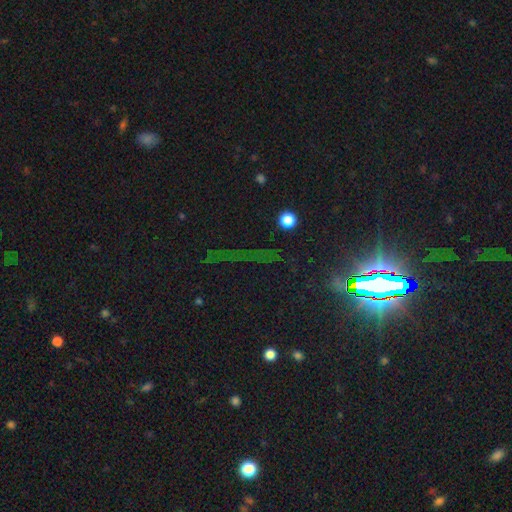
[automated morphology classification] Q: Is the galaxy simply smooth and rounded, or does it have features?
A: star or artifact — 79%.